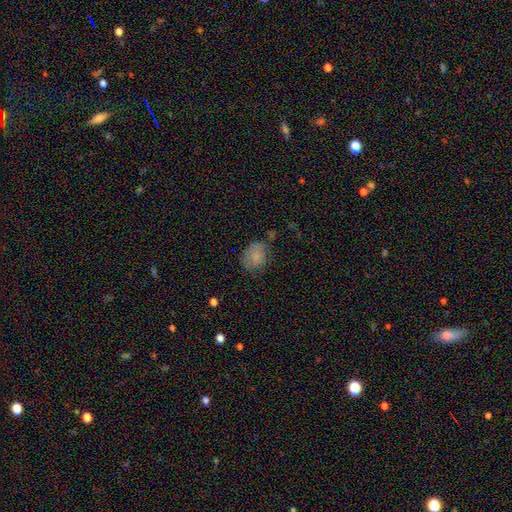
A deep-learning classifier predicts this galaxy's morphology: A smooth galaxy with no disk features (79%) that is in between round and cigar-shaped (55%).

Vote fractions:
- Smooth or featured? smooth: 79% / featured or disk: 11% / star or artifact: 10%
- How rounded? in between: 55% / round: 44% / cigar-shaped: 1%
- Merging? none: 60% / minor disturbance: 27% / major disturbance: 9% / merger: 4%